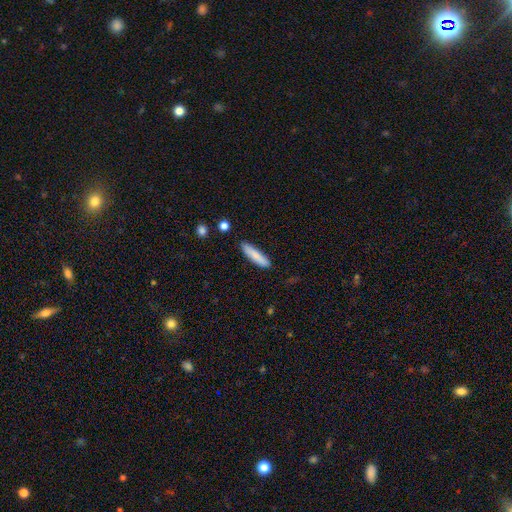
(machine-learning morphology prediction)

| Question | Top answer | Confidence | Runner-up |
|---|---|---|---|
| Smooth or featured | smooth | 84% | featured or disk (10%) |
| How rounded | cigar-shaped | 81% | in between (17%) |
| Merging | none | 87% | minor disturbance (9%) |